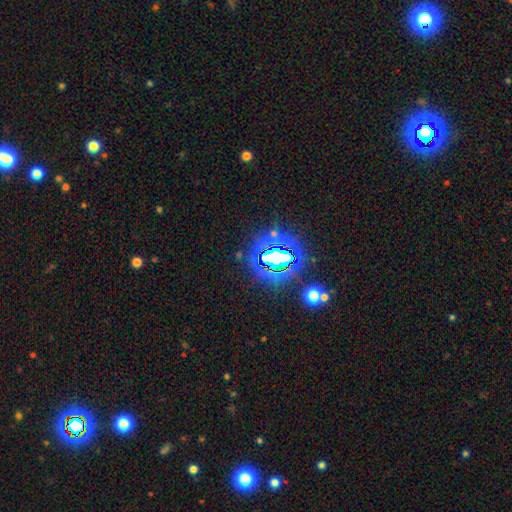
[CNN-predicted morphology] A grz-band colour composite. It shows a star or artifact, not a galaxy (82%).